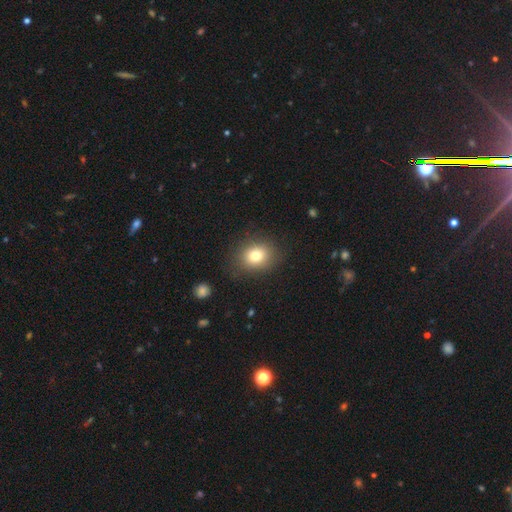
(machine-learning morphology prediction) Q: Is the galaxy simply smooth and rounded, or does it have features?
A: smooth — 78%.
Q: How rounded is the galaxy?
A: round — 59%.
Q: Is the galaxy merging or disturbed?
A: none — 83%.